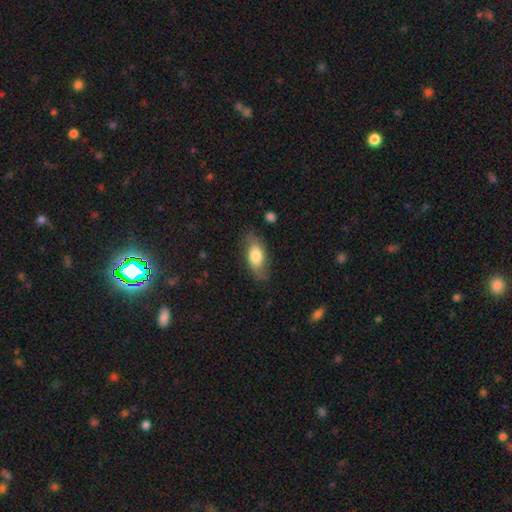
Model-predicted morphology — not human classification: This is likely a smooth galaxy (68%). How rounded: clearly in between (84%). Merging: likely none (74%).